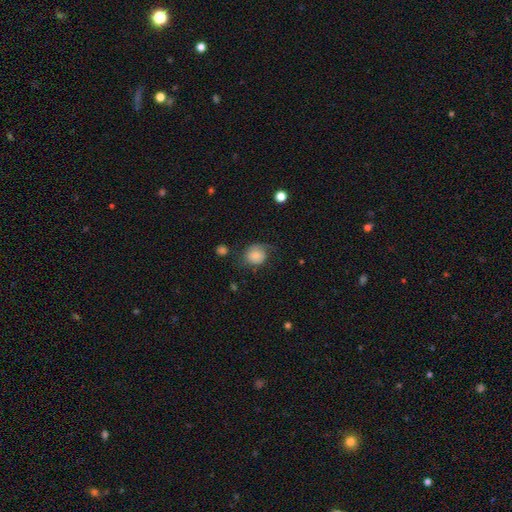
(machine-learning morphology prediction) Overall: smooth (76%). How rounded: round (71%). Merging: none (60%; minor disturbance 26%).